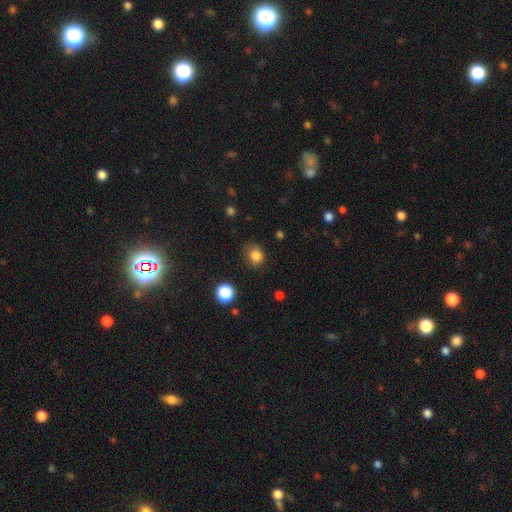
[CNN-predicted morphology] smooth-or-featured: smooth: 83% | star or artifact: 12% | featured or disk: 5%
  how-rounded: round: 73% | in between: 26% | cigar-shaped: 1%
  merging: none: 77% | minor disturbance: 17% | major disturbance: 5% | merger: 1%